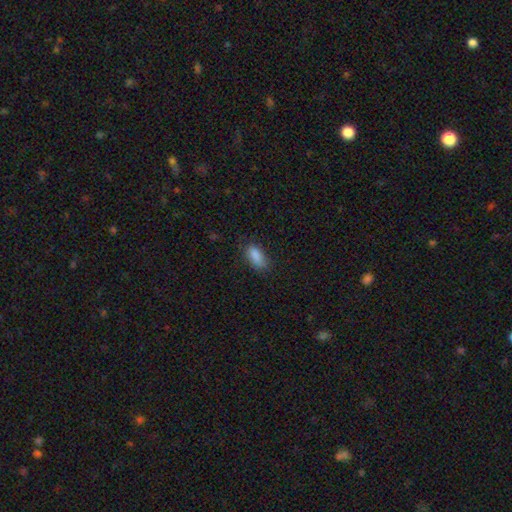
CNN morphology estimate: smooth 87%, star or artifact 8%, featured or disk 5%. Down the decision tree: how rounded — in between (86%); merging — none (72%).